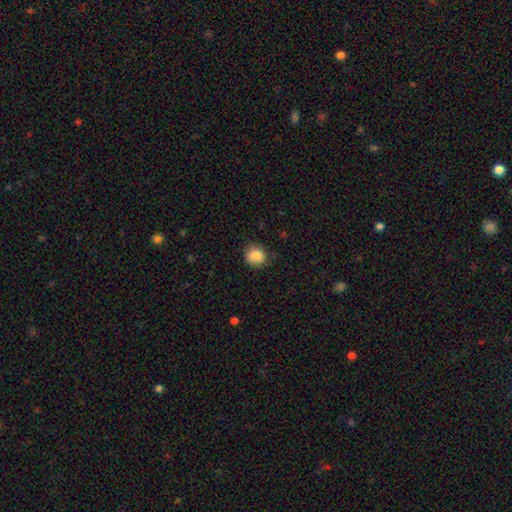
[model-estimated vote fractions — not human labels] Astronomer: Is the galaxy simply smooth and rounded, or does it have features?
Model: smooth — 86%.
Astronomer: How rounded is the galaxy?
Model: round — 78%.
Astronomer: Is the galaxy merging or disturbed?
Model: none — 78%.